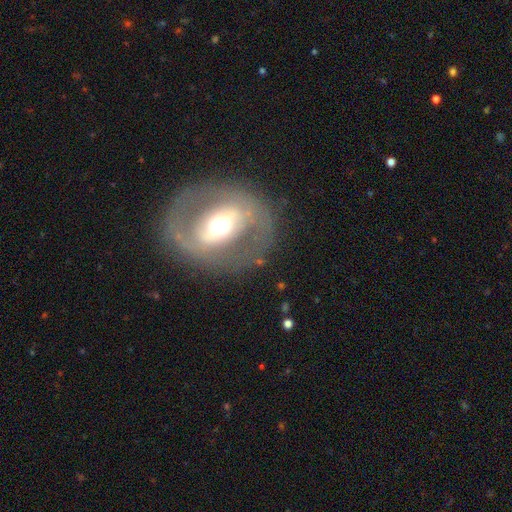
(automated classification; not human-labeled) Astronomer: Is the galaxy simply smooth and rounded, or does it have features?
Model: featured or disk — 73%.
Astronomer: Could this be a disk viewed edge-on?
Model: no — 93%.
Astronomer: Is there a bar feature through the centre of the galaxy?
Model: strong — 45% (runner-up: weak, 33%).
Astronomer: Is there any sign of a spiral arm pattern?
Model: yes — 52% (runner-up: no, 48%).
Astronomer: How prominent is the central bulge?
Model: moderate — 59%.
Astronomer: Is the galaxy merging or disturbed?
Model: none — 79%.